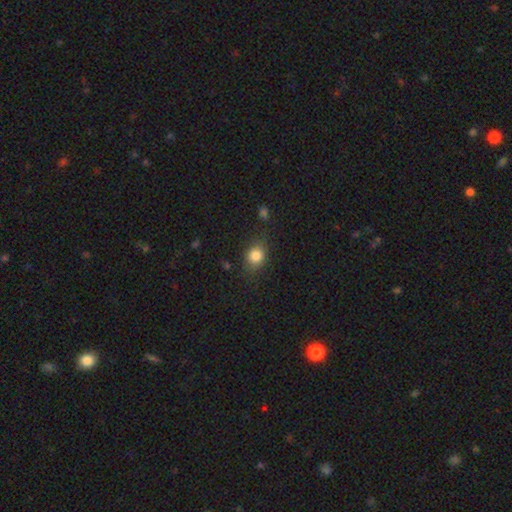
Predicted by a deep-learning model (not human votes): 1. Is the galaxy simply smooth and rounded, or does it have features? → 83% smooth, 10% star or artifact, 7% featured or disk.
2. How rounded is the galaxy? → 57% round, 41% in between, 1% cigar-shaped.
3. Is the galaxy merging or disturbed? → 75% none, 18% minor disturbance, 5% major disturbance, 2% merger.